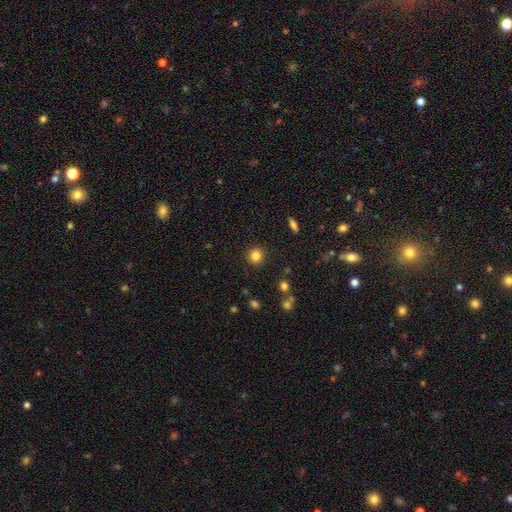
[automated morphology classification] The model was most divided on "smooth or featured": smooth: 83%, star or artifact: 11%, featured or disk: 5%. More confident: how rounded — round (91%); merging — none (90%).